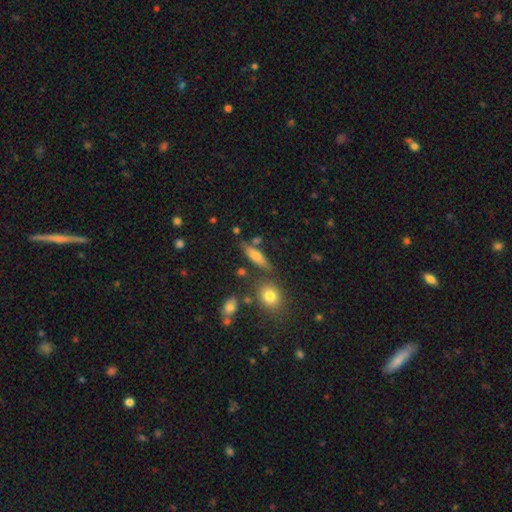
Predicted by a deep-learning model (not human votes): A smooth galaxy with no disk features (67%) that is cigar-shaped (52%).

Vote fractions:
- Smooth or featured? smooth: 67% / featured or disk: 23% / star or artifact: 10%
- How rounded? cigar-shaped: 52% / in between: 43% / round: 5%
- Merging? none: 71% / minor disturbance: 15% / merger: 10% / major disturbance: 5%